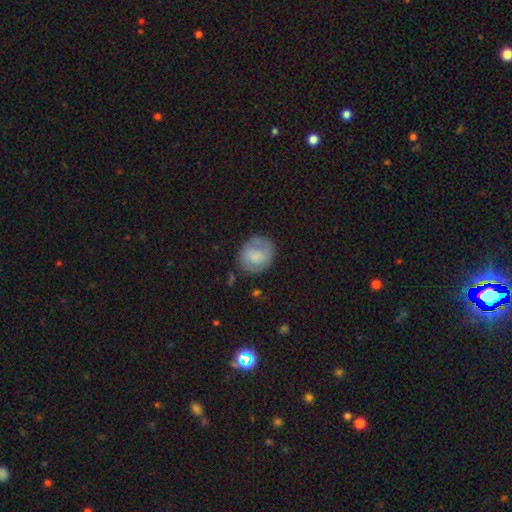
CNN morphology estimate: smooth_or_featured: smooth (p=0.64) [alt: featured or disk p=0.28]
how_rounded: round (p=0.69) [alt: in between p=0.30]
merging: none (p=0.63) [alt: minor disturbance p=0.23]